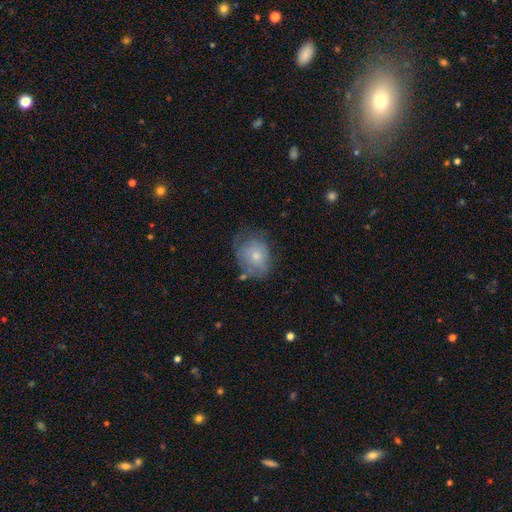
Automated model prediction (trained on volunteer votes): This appears to be a smooth galaxy with no disk features (67%) that is in between round and cigar-shaped (51%). Merging: none (47%).